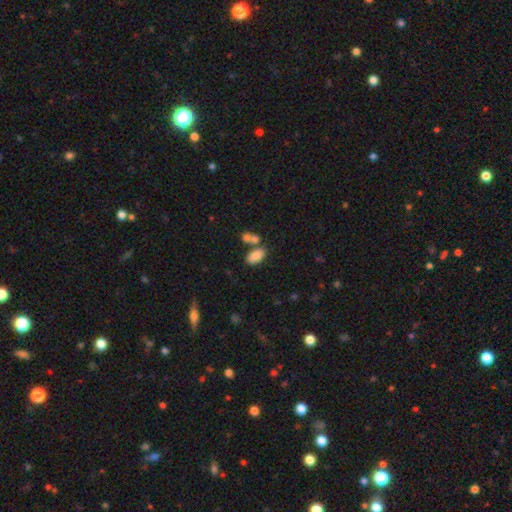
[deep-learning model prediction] Smooth or featured: smooth — 84% (star or artifact — 8%)
How rounded: in between — 93% (round — 4%)
Merging: none — 57% (merger — 29%)